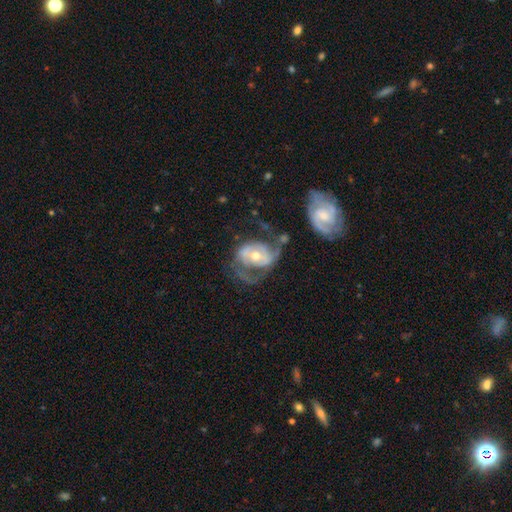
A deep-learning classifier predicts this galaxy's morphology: type=featured or disk (82%); edge-on=no (97%); bar=no (56%); spiral arms=yes (90%); winding=medium (44%); arm count=2 (69%); bulge=moderate (61%); merging=none (36%).